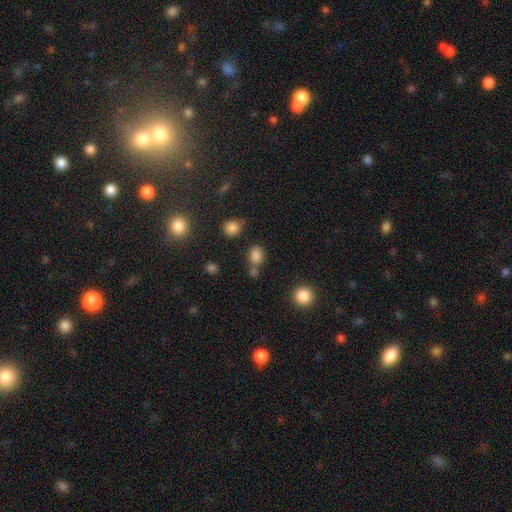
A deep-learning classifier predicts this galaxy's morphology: Q: Smooth or featured?
A: smooth (80%); runner-up: star or artifact (14%)
Q: How rounded?
A: in between (64%); runner-up: round (34%)
Q: Merging?
A: none (55%); runner-up: merger (24%)